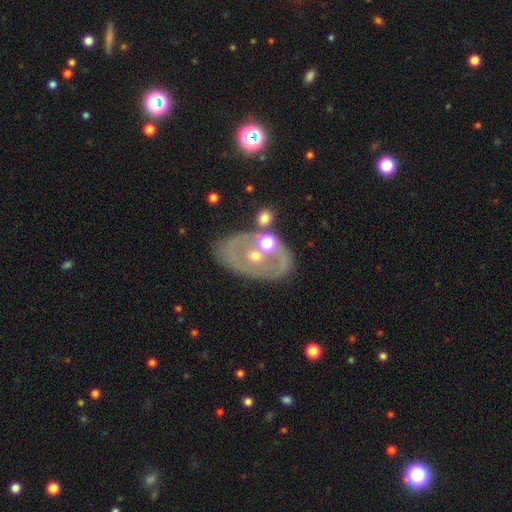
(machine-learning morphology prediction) Q: Smooth or featured?
A: featured or disk (62%); runner-up: smooth (28%)
Q: Edge-on disk?
A: no (93%); runner-up: yes (7%)
Q: Bar?
A: no (83%); runner-up: weak (12%)
Q: Spiral arms?
A: no (78%); runner-up: yes (22%)
Q: Bulge size?
A: moderate (64%); runner-up: small (27%)
Q: Merging?
A: none (61%); runner-up: minor disturbance (16%)